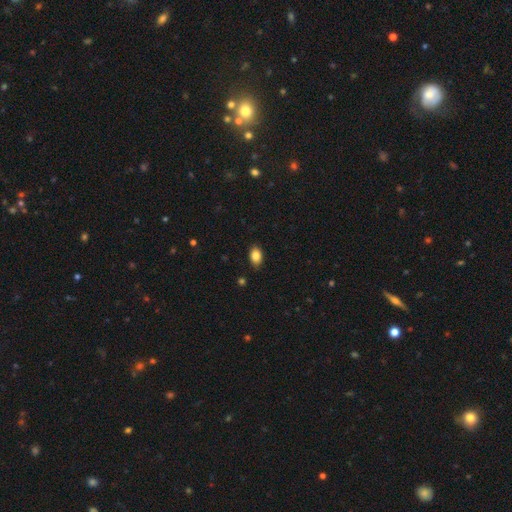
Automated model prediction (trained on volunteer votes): Smooth or featured? Predicted: smooth (p=0.86). How rounded? Predicted: in between (p=0.86). Merging? Predicted: none (p=0.87).